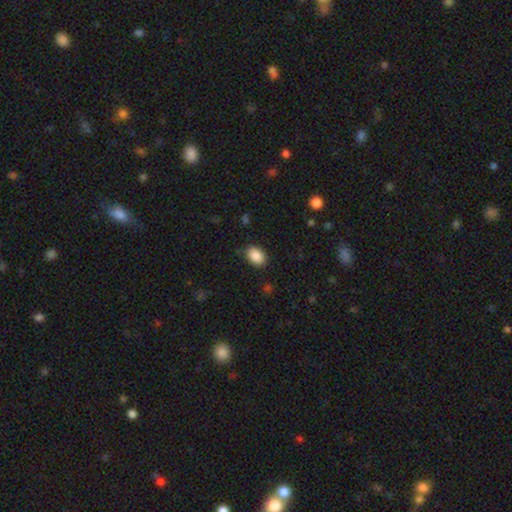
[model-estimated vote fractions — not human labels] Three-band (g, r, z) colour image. It shows a smooth galaxy with no disk features (89%) that is in between round and cigar-shaped (78%). Merging: none (85%).